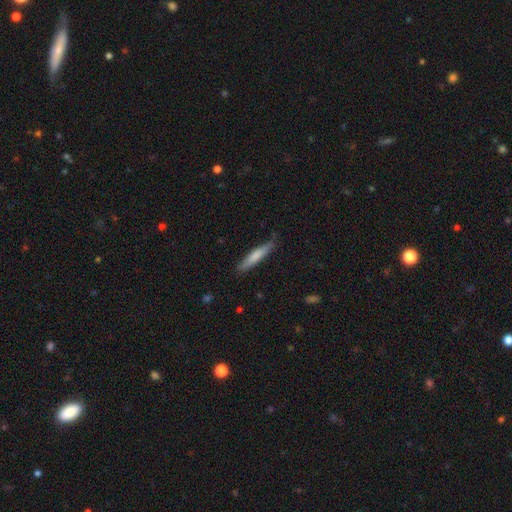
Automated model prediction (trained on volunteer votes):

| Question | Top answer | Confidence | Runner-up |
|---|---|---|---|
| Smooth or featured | smooth | 71% | featured or disk (23%) |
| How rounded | cigar-shaped | 88% | in between (11%) |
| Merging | none | 82% | minor disturbance (14%) |